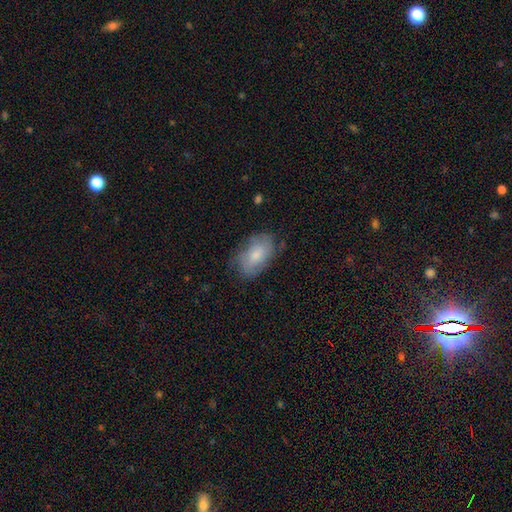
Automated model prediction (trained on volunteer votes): Smooth or featured? smooth (58%)
How rounded? in between (90%)
Merging? none (71%)